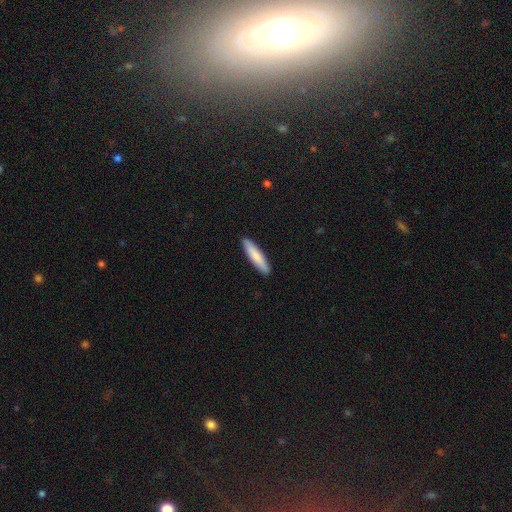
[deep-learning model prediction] Smooth or featured? smooth (82%)
How rounded? cigar-shaped (84%)
Merging? none (91%)